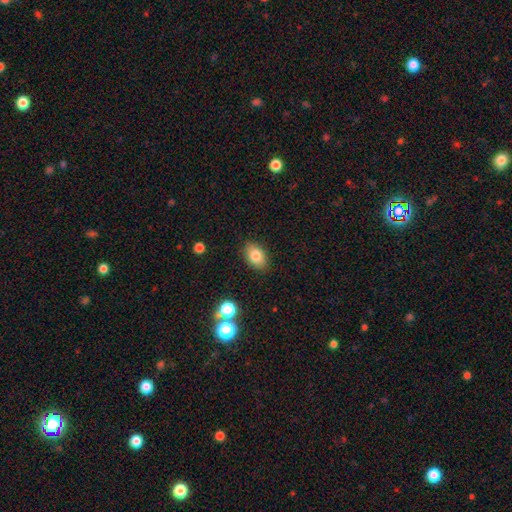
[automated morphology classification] Q: Smooth or featured?
A: smooth (80%); runner-up: featured or disk (10%)
Q: How rounded?
A: in between (86%); runner-up: round (13%)
Q: Merging?
A: none (87%); runner-up: minor disturbance (9%)